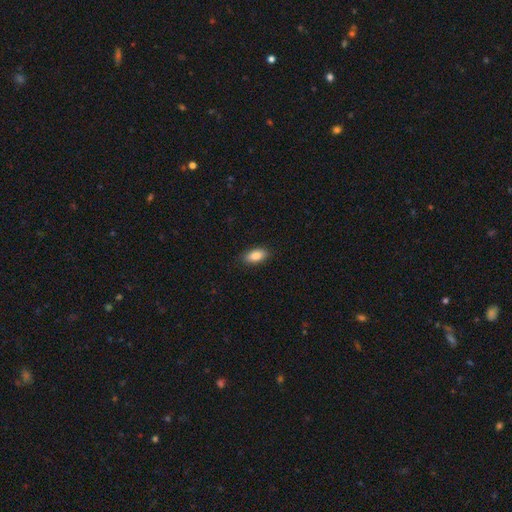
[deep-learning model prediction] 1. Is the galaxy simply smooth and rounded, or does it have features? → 86% smooth, 7% featured or disk, 7% star or artifact.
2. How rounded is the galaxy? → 91% in between, 5% cigar-shaped, 4% round.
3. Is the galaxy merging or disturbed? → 87% none, 10% minor disturbance, 2% major disturbance, 1% merger.